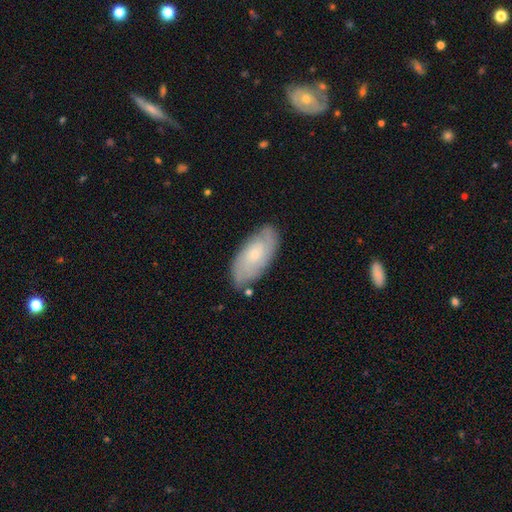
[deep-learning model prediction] featured or disk 47%, smooth 44%, star or artifact 9%. Down the decision tree: merging — none (79%).